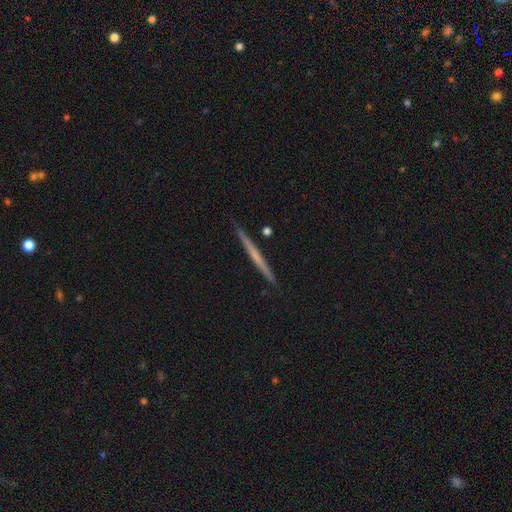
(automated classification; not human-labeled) smooth_or_featured: featured or disk (p=0.56) [alt: smooth p=0.39]
disk_edge_on: yes (p=0.98) [alt: no p=0.02]
edge_on_bulge: none (p=0.81) [alt: rounded p=0.14]
merging: none (p=0.91) [alt: minor disturbance p=0.06]